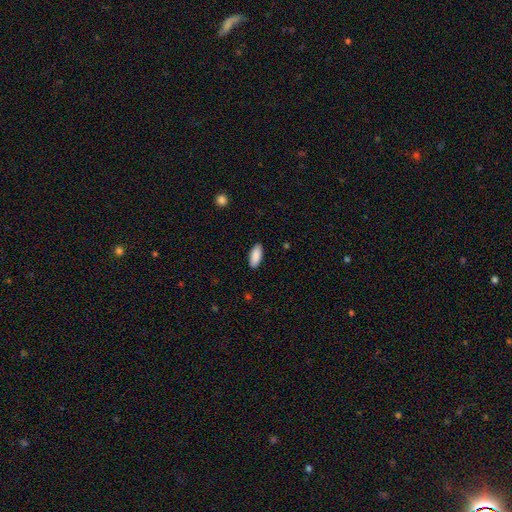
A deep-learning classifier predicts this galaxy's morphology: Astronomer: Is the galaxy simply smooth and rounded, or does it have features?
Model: smooth — 90%.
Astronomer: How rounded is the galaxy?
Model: in between — 86%.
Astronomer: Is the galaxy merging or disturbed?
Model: none — 89%.